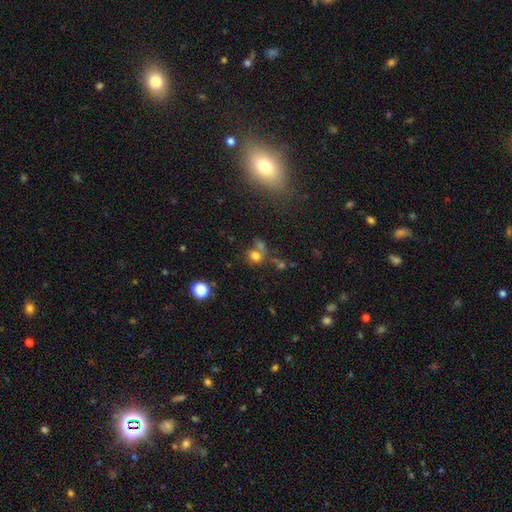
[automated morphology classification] smooth_or_featured: smooth (p=0.70) [alt: star or artifact p=0.18]
how_rounded: round (p=0.70) [alt: in between p=0.29]
merging: none (p=0.46) [alt: merger p=0.31]